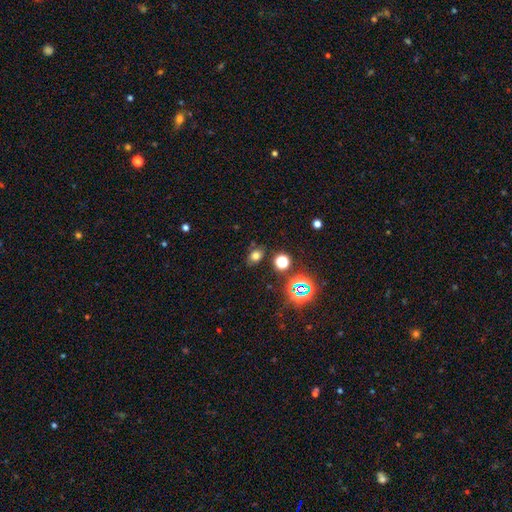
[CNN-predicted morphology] Q: Smooth or featured?
A: smooth (66%); runner-up: star or artifact (25%)
Q: How rounded?
A: in between (61%); runner-up: round (37%)
Q: Merging?
A: none (80%); runner-up: minor disturbance (12%)